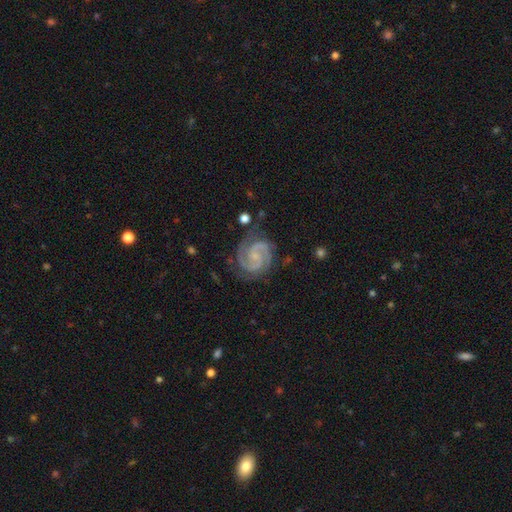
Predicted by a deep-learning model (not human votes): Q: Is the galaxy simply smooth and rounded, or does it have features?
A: featured or disk — 92%.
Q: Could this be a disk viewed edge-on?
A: no — 98%.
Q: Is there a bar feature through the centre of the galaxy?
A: no — 56%.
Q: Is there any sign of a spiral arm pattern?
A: yes — 99%.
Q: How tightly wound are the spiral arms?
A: tight — 55%.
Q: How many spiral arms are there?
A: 2 — 90%.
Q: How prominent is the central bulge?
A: small — 67%.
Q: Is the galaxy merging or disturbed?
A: none — 78%.